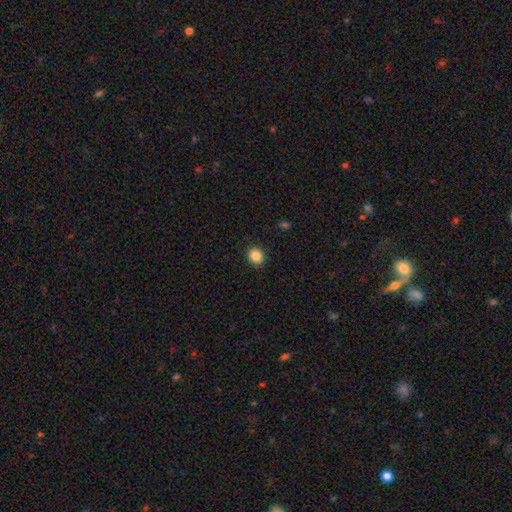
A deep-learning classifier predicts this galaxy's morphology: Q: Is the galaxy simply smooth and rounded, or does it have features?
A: smooth — 85%.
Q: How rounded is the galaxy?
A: round — 77%.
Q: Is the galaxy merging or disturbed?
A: none — 90%.